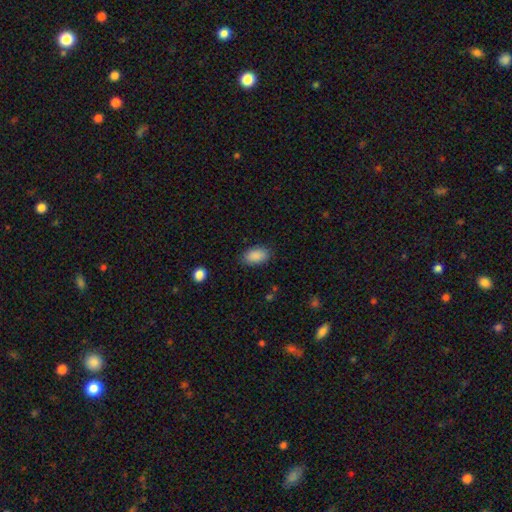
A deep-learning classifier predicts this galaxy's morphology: Smooth or featured: smooth — 89% (star or artifact — 7%)
How rounded: in between — 92% (round — 7%)
Merging: none — 84% (minor disturbance — 11%)